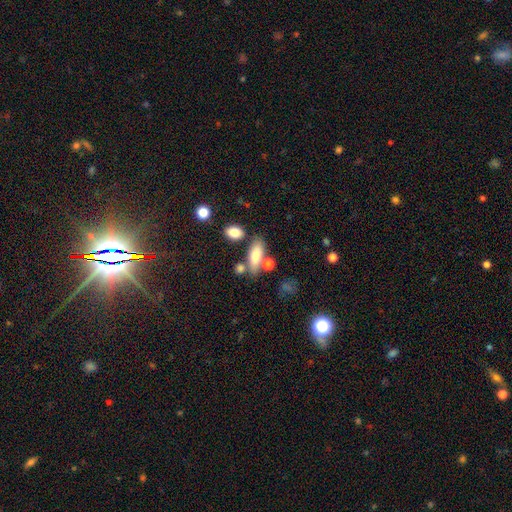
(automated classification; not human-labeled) smooth_or_featured: smooth (p=0.73) [alt: featured or disk p=0.19]
how_rounded: in between (p=0.69) [alt: cigar-shaped p=0.27]
merging: none (p=0.62) [alt: merger p=0.18]